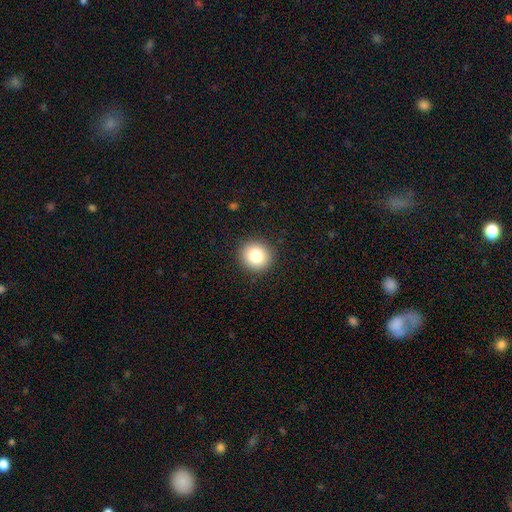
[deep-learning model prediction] smooth_or_featured: smooth (p=0.82) [alt: star or artifact p=0.10]
how_rounded: round (p=0.91) [alt: in between p=0.08]
merging: none (p=0.92) [alt: minor disturbance p=0.06]